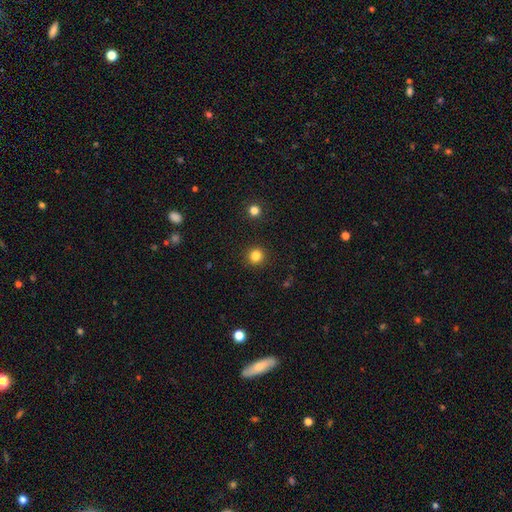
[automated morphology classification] Smooth or featured? Predicted: smooth (p=0.83). How rounded? Predicted: round (p=0.94). Merging? Predicted: none (p=0.92).